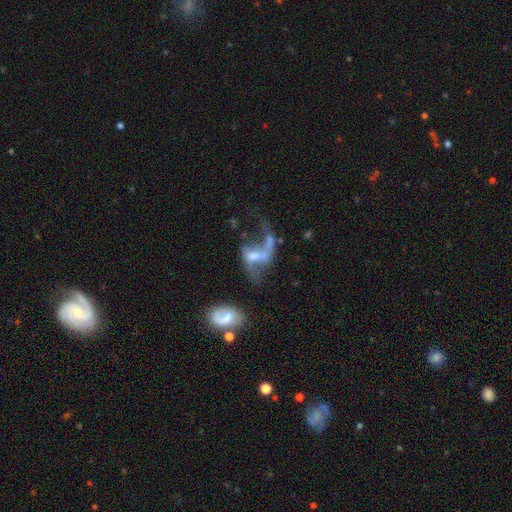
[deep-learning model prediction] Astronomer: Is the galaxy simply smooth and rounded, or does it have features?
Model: featured or disk — 65%.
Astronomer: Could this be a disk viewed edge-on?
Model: no — 95%.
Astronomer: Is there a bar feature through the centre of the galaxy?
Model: no — 48% (runner-up: weak, 36%).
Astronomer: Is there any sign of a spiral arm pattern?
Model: yes — 60% (runner-up: no, 40%).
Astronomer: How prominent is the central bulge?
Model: moderate — 36% (runner-up: small, 31%).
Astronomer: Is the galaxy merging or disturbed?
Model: major disturbance — 44% (runner-up: merger, 26%).